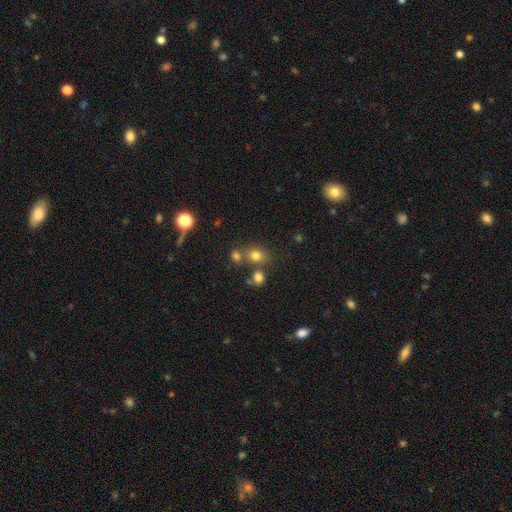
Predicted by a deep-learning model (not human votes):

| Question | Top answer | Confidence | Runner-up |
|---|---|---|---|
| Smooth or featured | smooth | 75% | star or artifact (16%) |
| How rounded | round | 67% | in between (32%) |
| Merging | none | 63% | merger (21%) |